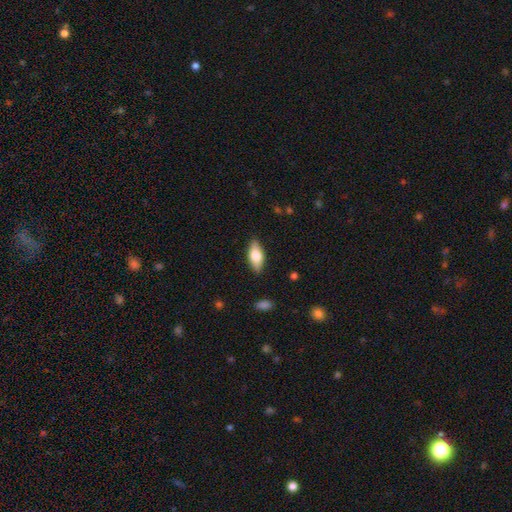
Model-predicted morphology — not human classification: A smooth galaxy with no disk features (67%) that is in between round and cigar-shaped (82%).

Vote fractions:
- Smooth or featured? smooth: 67% / featured or disk: 27% / star or artifact: 6%
- How rounded? in between: 82% / cigar-shaped: 15% / round: 3%
- Merging? none: 86% / minor disturbance: 11% / major disturbance: 2% / merger: 1%